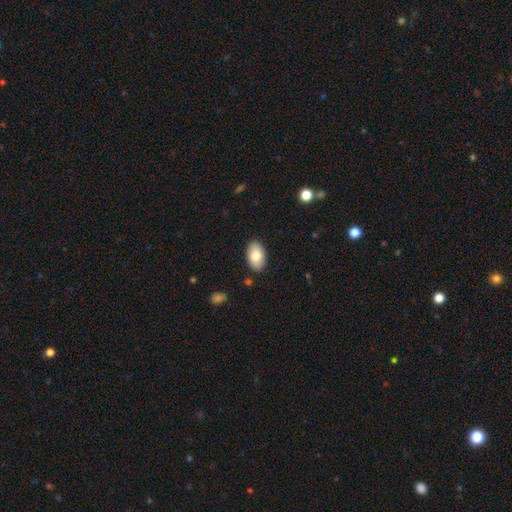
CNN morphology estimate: smooth 79%, featured or disk 15%, star or artifact 7%. Down the decision tree: how rounded — in between (93%); merging — none (87%).